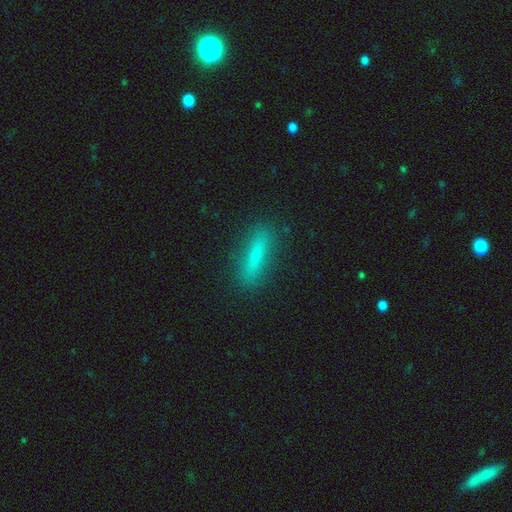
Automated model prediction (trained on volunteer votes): A smooth galaxy with no disk features (71%) that is cigar-shaped (82%).

Vote fractions:
- Smooth or featured? smooth: 71% / featured or disk: 19% / star or artifact: 9%
- How rounded? cigar-shaped: 82% / in between: 16% / round: 2%
- Merging? none: 87% / minor disturbance: 9% / major disturbance: 3% / merger: 1%